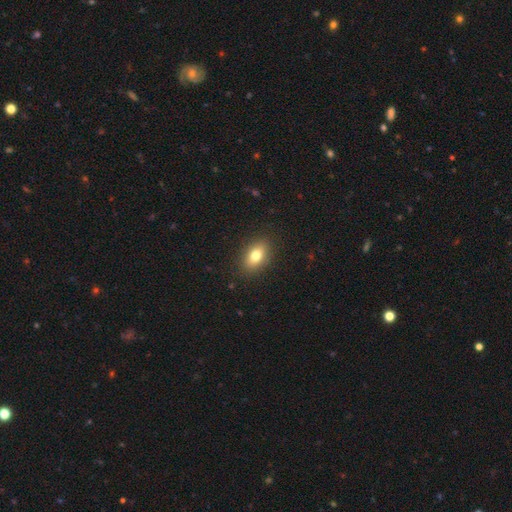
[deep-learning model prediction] Q: Smooth or featured?
A: smooth (78%); runner-up: featured or disk (13%)
Q: How rounded?
A: in between (84%); runner-up: round (12%)
Q: Merging?
A: none (88%); runner-up: minor disturbance (9%)